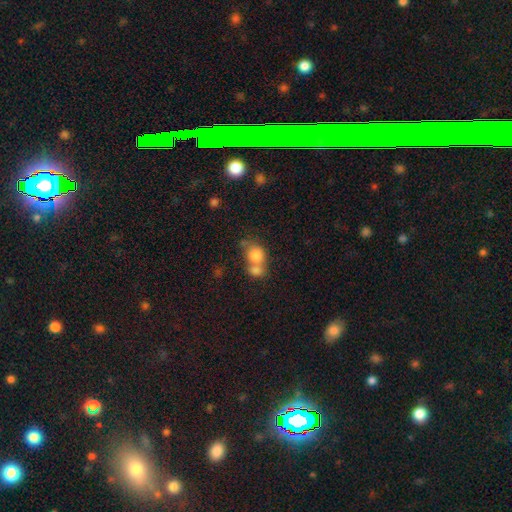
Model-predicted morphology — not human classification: This appears to be a smooth galaxy with no disk features (79%) that is round (59%). Merging: merger (64%).